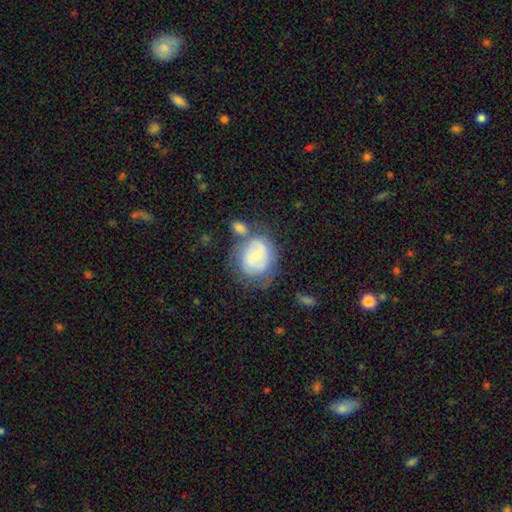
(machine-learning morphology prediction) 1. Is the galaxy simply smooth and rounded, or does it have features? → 47% featured or disk, 45% smooth, 8% star or artifact.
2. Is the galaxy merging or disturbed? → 46% none, 23% minor disturbance, 18% merger, 13% major disturbance.